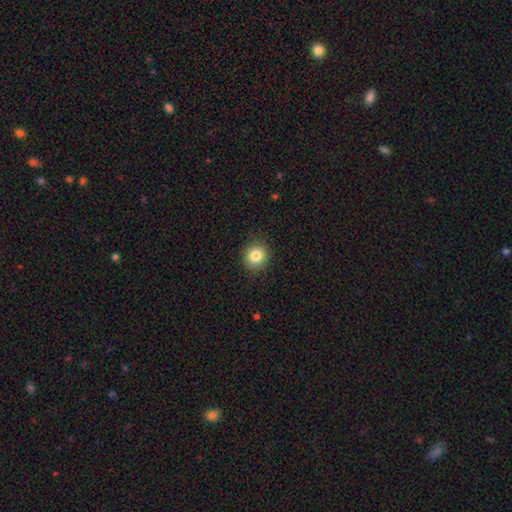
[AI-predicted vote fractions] This is clearly a smooth galaxy (83%). How rounded: clearly round (89%). Merging: clearly none (90%).